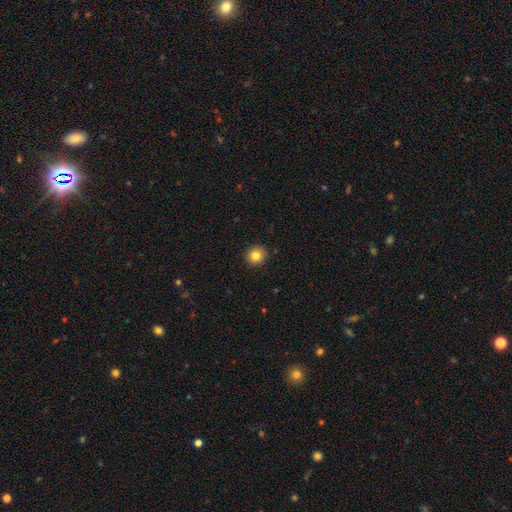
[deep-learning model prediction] A smooth galaxy with no disk features (83%) that is round (90%). Merging: none (91%).